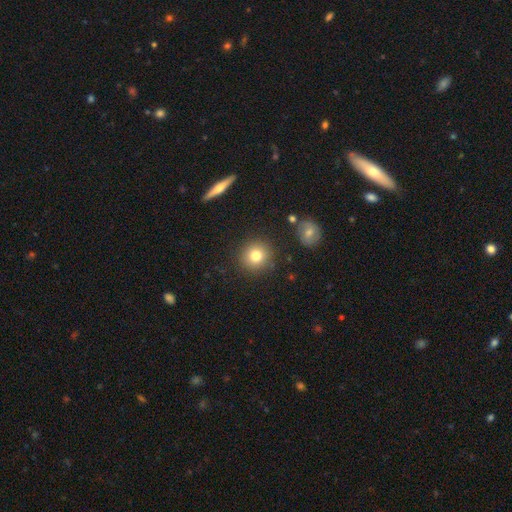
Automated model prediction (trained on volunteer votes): This appears to be a smooth galaxy with no disk features (79%) that is round (93%). Merging: none (89%).